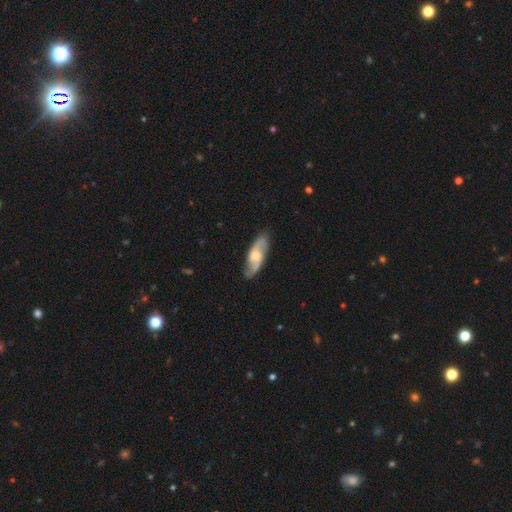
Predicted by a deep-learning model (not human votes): A featured or disk galaxy (72%) with no bar (46%), 2 (88%) medium (45%) spiral arms (92%) and a moderate central bulge (52%). Merging: none (82%).